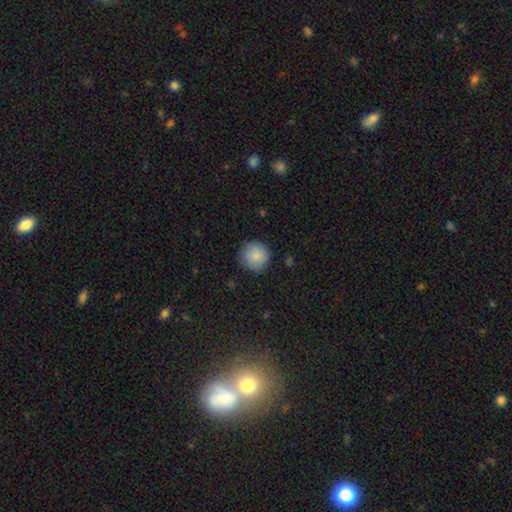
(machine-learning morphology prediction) smooth 86%, star or artifact 8%, featured or disk 6%. Down the decision tree: how rounded — round (94%); merging — none (85%).